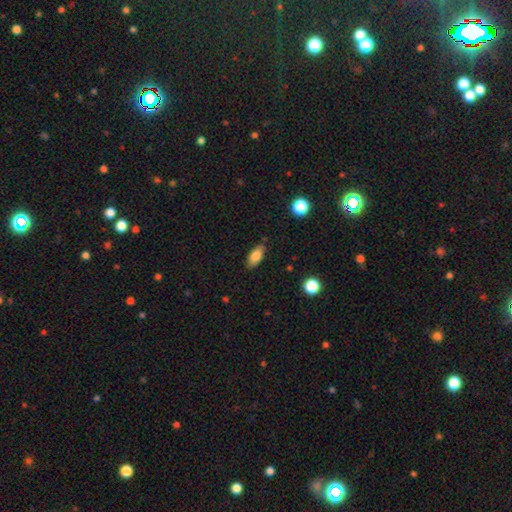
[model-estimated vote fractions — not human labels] Smooth or featured?
  - smooth: 82% *
  - featured or disk: 10%
  - star or artifact: 8%
How rounded?
  - in between: 87% *
  - cigar-shaped: 10%
  - round: 4%
Merging?
  - none: 84% *
  - minor disturbance: 12%
  - major disturbance: 3%
  - merger: 1%